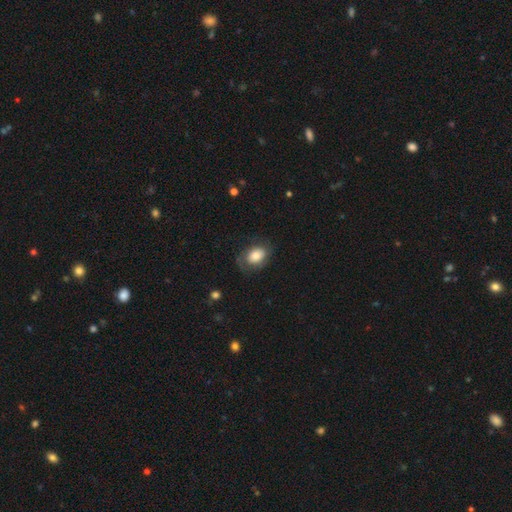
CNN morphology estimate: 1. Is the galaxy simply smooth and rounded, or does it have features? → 71% smooth, 22% featured or disk, 8% star or artifact.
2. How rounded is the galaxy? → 72% in between, 26% round, 1% cigar-shaped.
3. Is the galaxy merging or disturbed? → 63% none, 23% minor disturbance, 13% major disturbance, 1% merger.